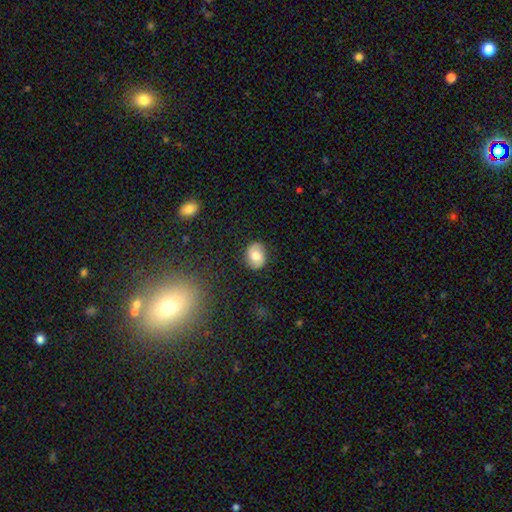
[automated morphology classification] smooth 70%, featured or disk 21%, star or artifact 9%. Down the decision tree: how rounded — in between (51%); merging — none (85%).